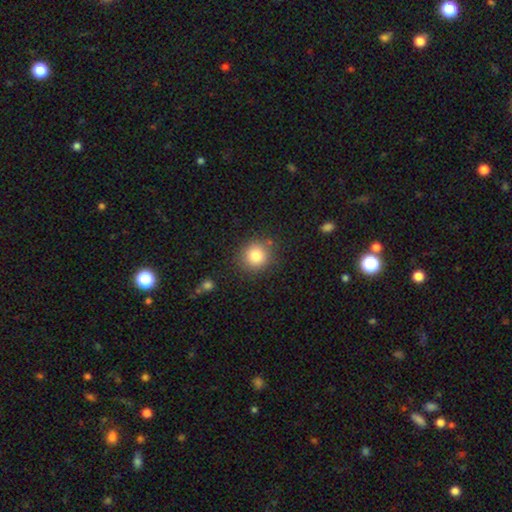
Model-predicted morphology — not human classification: type=smooth (82%); roundness=round (90%); merging=none (84%).